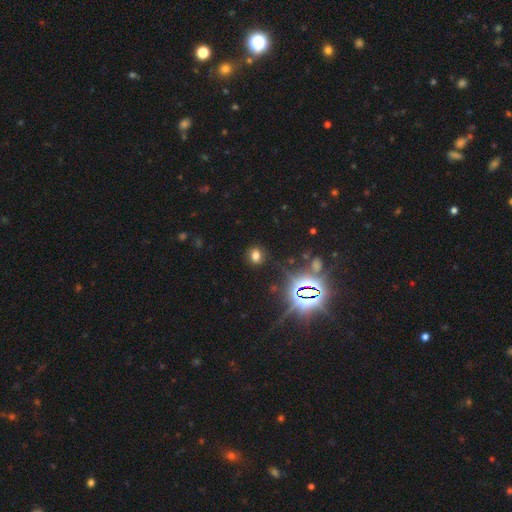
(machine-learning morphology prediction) Smooth or featured?
  - smooth: 63% *
  - star or artifact: 29%
  - featured or disk: 8%
How rounded?
  - round: 57% *
  - in between: 42%
  - cigar-shaped: 2%
Merging?
  - none: 84% *
  - minor disturbance: 10%
  - major disturbance: 4%
  - merger: 2%